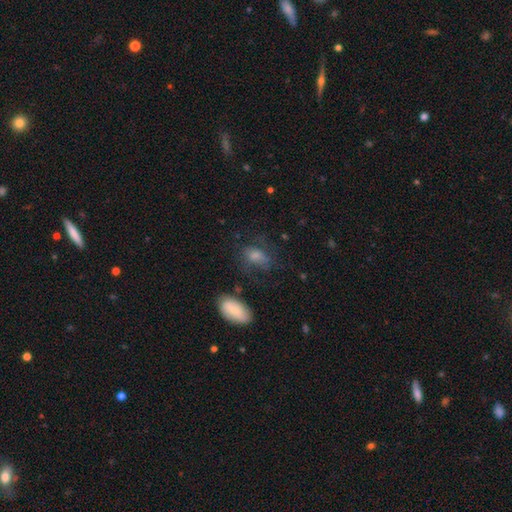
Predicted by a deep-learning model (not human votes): The model was most divided on "smooth or featured": smooth: 55%, featured or disk: 25%, star or artifact: 20%. More confident: how rounded — in between (74%); merging — none (58%).